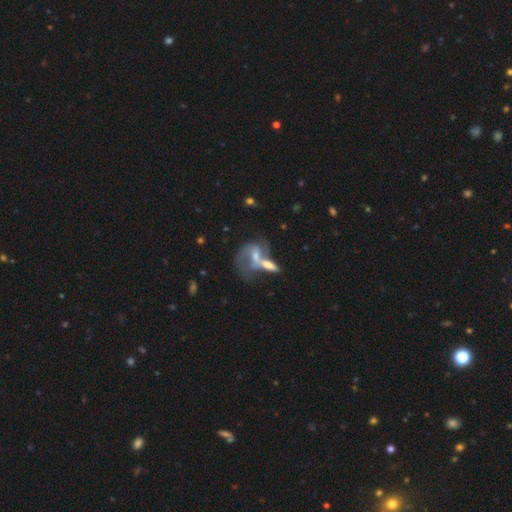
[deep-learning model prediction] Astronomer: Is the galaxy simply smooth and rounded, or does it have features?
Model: featured or disk — 55% (runner-up: smooth, 36%).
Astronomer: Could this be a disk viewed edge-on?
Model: no — 89%.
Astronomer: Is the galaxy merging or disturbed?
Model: merger — 59%.